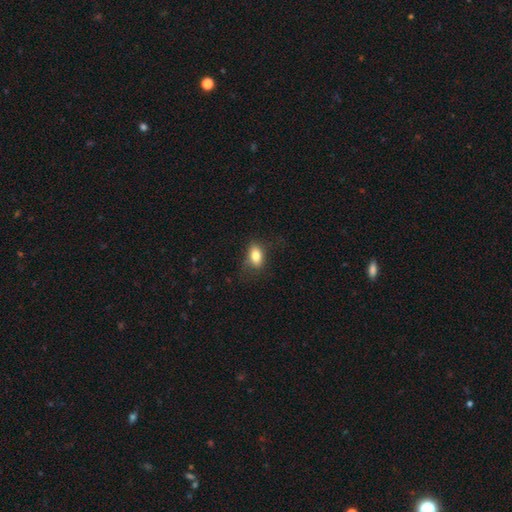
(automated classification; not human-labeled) A smooth galaxy with no disk features (81%) that is in between round and cigar-shaped (86%). Merging: none (70%).